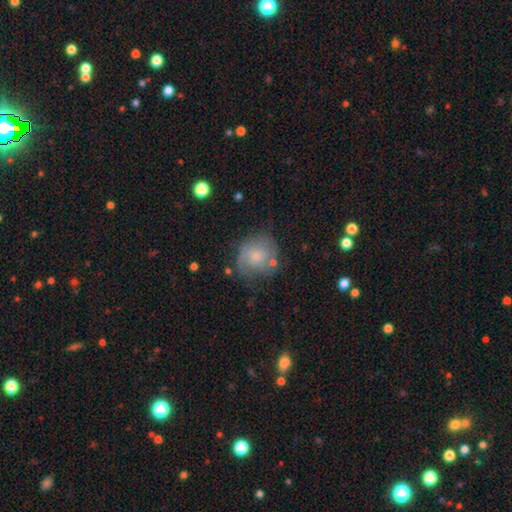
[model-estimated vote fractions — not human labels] The model was most divided on "smooth or featured": smooth: 48%, featured or disk: 43%, star or artifact: 9%. More confident: merging — none (58%).